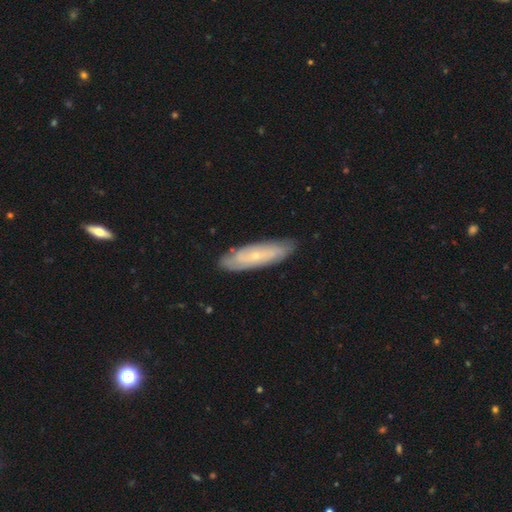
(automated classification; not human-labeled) Q: Smooth or featured?
A: featured or disk (60%); runner-up: smooth (34%)
Q: Edge-on disk?
A: no (72%); runner-up: yes (28%)
Q: Merging?
A: none (83%); runner-up: minor disturbance (13%)